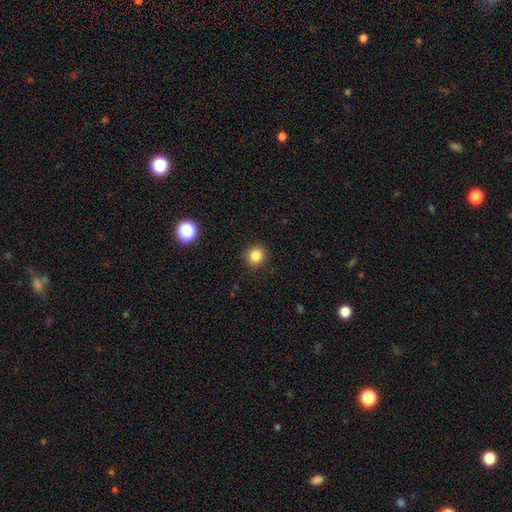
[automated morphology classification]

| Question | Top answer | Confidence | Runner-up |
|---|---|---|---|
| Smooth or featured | smooth | 84% | star or artifact (12%) |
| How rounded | round | 89% | in between (10%) |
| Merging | none | 91% | minor disturbance (6%) |